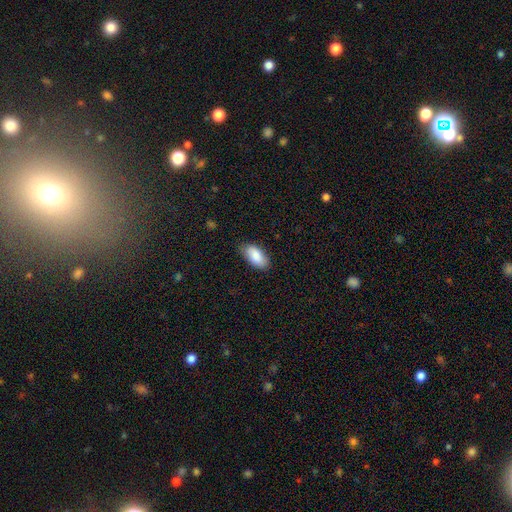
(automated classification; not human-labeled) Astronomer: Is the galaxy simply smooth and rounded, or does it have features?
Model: smooth — 86%.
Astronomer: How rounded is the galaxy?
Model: in between — 93%.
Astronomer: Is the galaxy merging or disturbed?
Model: none — 79%.